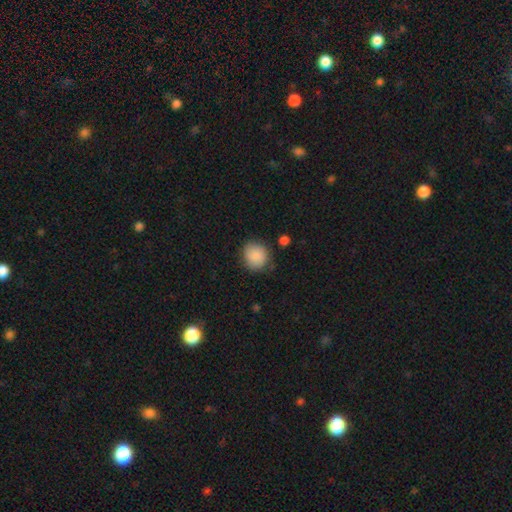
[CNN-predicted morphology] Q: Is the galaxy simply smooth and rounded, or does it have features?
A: smooth — 88%.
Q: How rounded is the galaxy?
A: round — 83%.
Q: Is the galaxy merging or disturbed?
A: none — 80%.